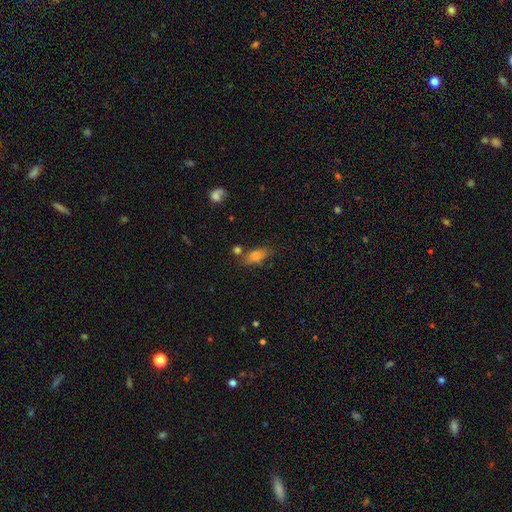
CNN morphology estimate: This is likely a smooth galaxy (66%). How rounded: likely in between (70%). Merging: likely none (65%).